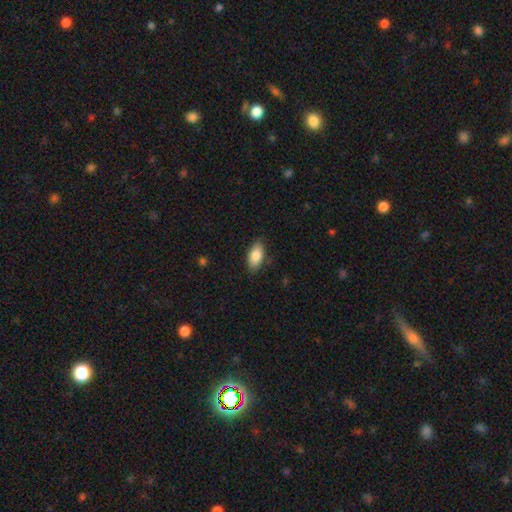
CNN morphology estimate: smooth-or-featured: smooth: 85% | featured or disk: 9% | star or artifact: 7%
  how-rounded: in between: 91% | cigar-shaped: 6% | round: 3%
  merging: none: 85% | minor disturbance: 12% | major disturbance: 2% | merger: 1%